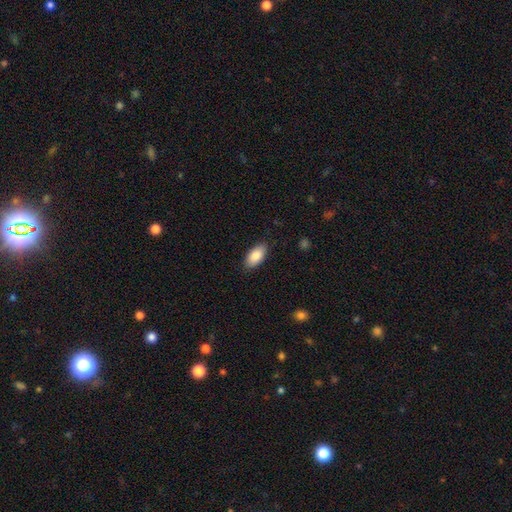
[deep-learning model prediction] This appears to be a smooth galaxy with no disk features (88%) that is in between round and cigar-shaped (94%). Merging: none (86%).